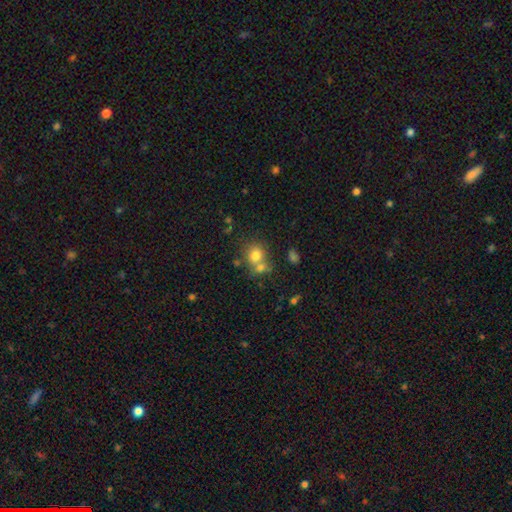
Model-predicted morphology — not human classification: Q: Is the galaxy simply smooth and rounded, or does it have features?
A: smooth — 76%.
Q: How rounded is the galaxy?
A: round — 72%.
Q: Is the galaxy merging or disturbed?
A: none — 45%.